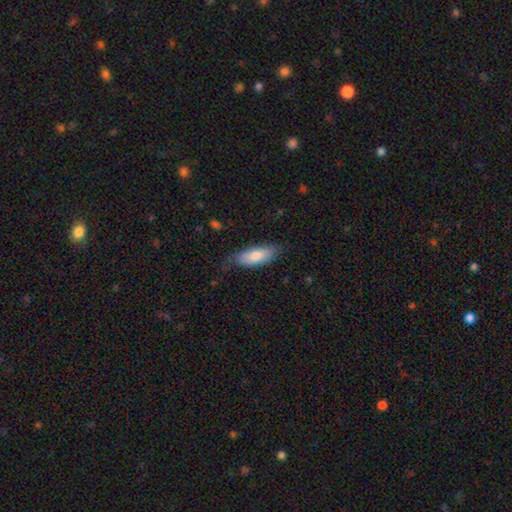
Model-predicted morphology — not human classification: Overall: smooth (73%). How rounded: in between (74%). Merging: none (65%; minor disturbance 26%).